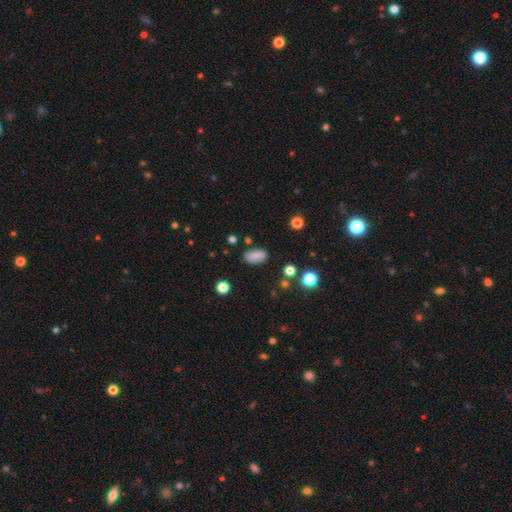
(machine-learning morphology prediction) This is likely a smooth galaxy (79%). How rounded: clearly in between (91%). Merging: likely none (80%).